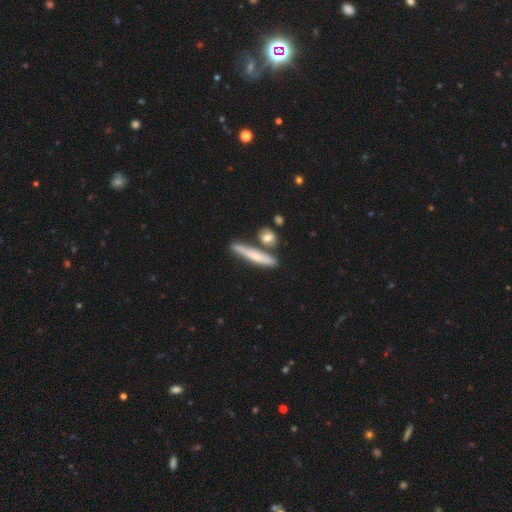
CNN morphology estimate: smooth 56%, featured or disk 38%, star or artifact 7%. Down the decision tree: how rounded — cigar-shaped (88%); merging — none (69%).